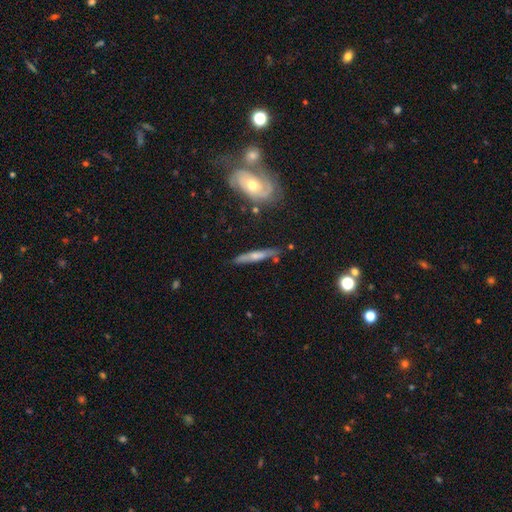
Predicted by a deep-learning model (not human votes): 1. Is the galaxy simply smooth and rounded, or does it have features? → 53% featured or disk, 41% smooth, 6% star or artifact.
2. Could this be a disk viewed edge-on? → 86% yes, 14% no.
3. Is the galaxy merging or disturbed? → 78% none, 15% minor disturbance, 4% merger, 3% major disturbance.